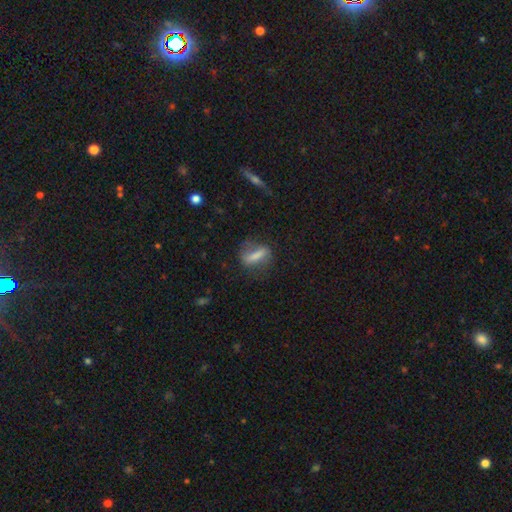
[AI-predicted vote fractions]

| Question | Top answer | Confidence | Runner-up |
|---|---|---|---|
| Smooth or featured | smooth | 54% | featured or disk (36%) |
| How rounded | cigar-shaped | 49% | in between (42%) |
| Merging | none | 70% | minor disturbance (18%) |